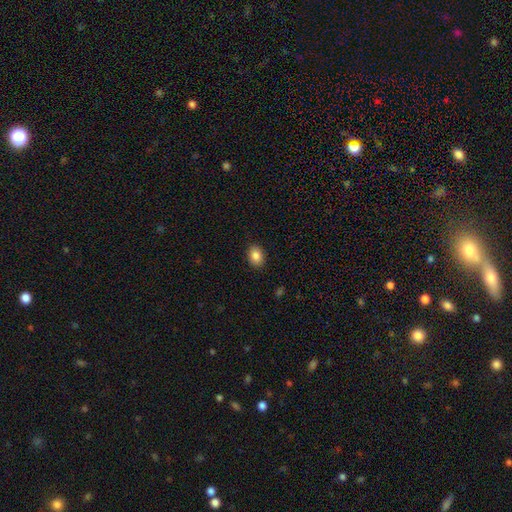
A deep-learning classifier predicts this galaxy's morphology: Smooth or featured?
  - smooth: 86% *
  - star or artifact: 9%
  - featured or disk: 6%
How rounded?
  - in between: 68% *
  - round: 31%
  - cigar-shaped: 1%
Merging?
  - none: 89% *
  - minor disturbance: 8%
  - major disturbance: 2%
  - merger: 1%